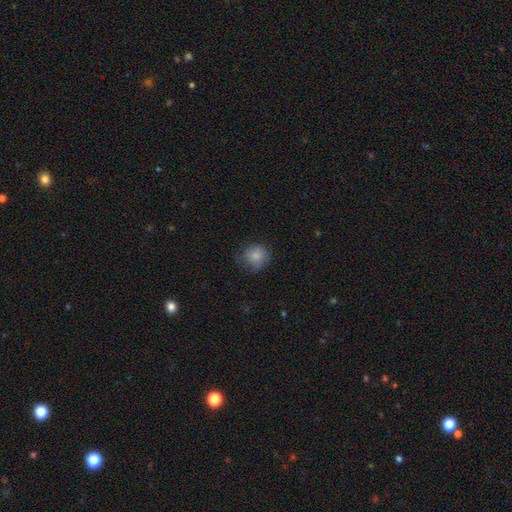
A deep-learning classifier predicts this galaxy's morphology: A smooth galaxy with no disk features (83%) that is round (86%).

Vote fractions:
- Smooth or featured? smooth: 83% / star or artifact: 9% / featured or disk: 8%
- How rounded? round: 86% / in between: 13% / cigar-shaped: 1%
- Merging? none: 66% / minor disturbance: 25% / major disturbance: 8% / merger: 1%